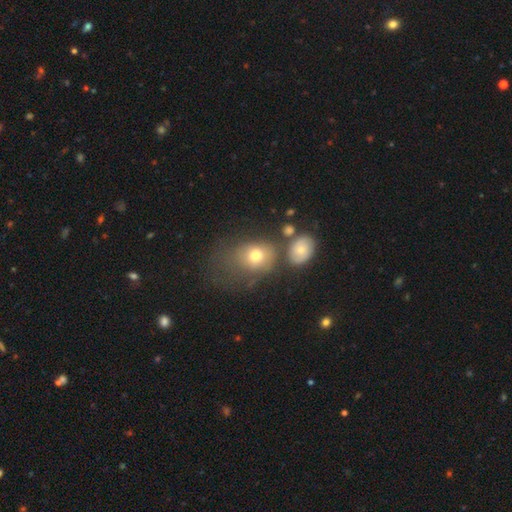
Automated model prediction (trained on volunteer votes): Smooth or featured?
  - smooth: 69% *
  - featured or disk: 19%
  - star or artifact: 12%
How rounded?
  - in between: 51% *
  - round: 48%
  - cigar-shaped: 1%
Merging?
  - none: 38% *
  - major disturbance: 27%
  - minor disturbance: 19%
  - merger: 16%